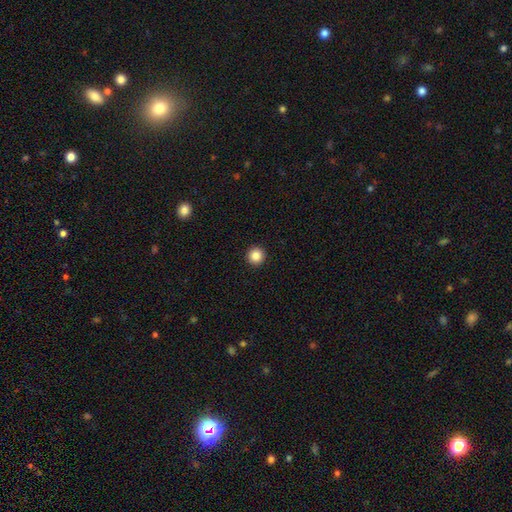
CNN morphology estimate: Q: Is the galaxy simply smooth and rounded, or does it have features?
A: smooth — 86%.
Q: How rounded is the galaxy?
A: round — 96%.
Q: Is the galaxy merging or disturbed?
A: none — 94%.